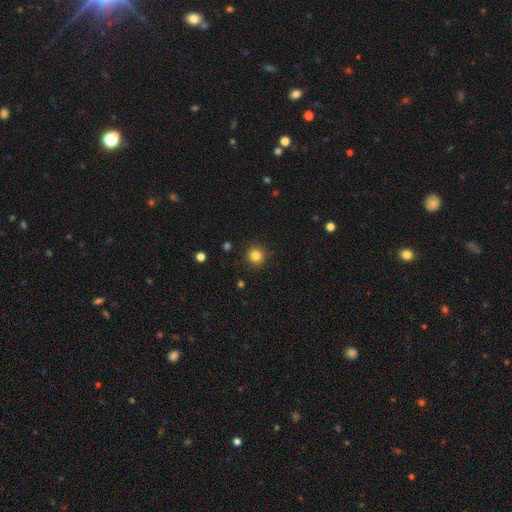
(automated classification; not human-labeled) This is clearly a smooth galaxy (84%). How rounded: clearly round (95%). Merging: clearly none (90%).